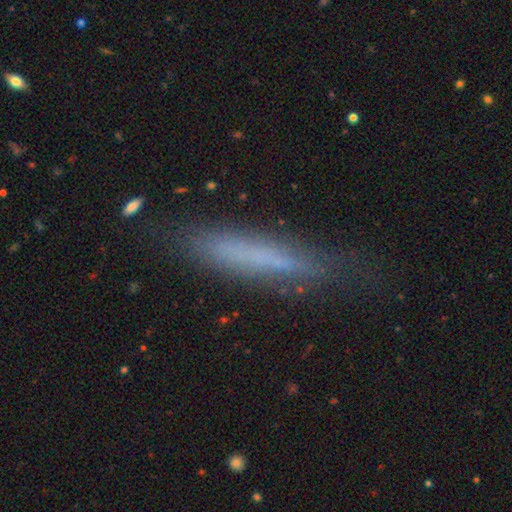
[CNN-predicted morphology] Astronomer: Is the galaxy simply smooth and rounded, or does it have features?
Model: smooth — 55% (runner-up: featured or disk, 35%).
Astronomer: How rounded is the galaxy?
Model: cigar-shaped — 90%.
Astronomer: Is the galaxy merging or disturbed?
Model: none — 76%.